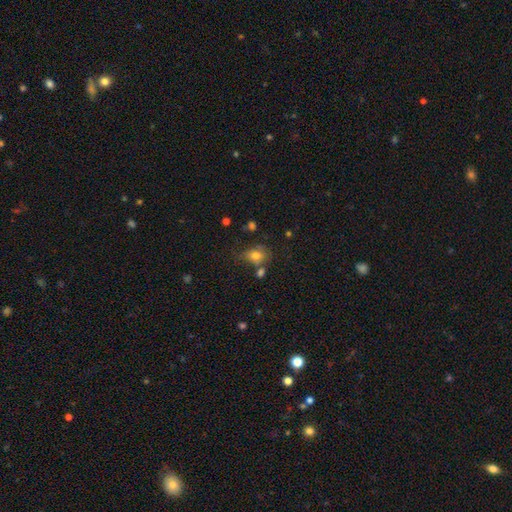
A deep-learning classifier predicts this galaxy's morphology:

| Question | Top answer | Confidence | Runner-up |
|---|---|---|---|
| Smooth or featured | smooth | 75% | featured or disk (13%) |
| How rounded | in between | 55% | round (44%) |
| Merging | none | 52% | minor disturbance (22%) |